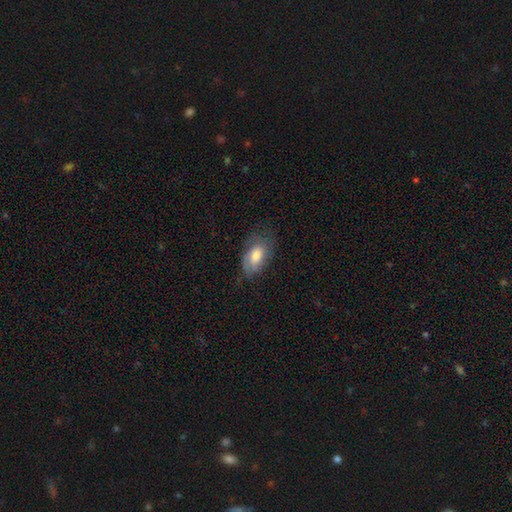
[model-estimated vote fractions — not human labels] This appears to be a smooth galaxy with no disk features (68%) that is in between round and cigar-shaped (91%). Merging: none (62%).